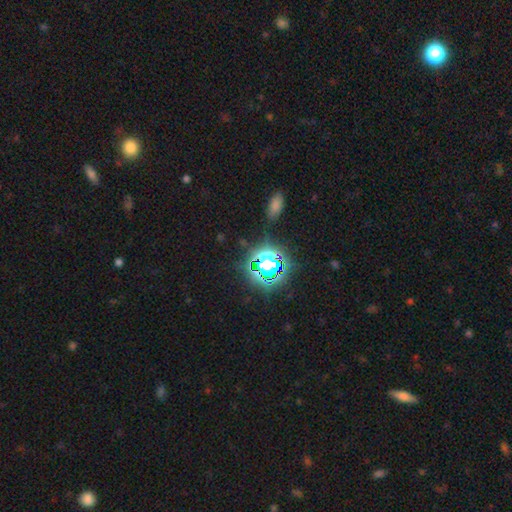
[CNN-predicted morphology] Smooth or featured: star or artifact — 70% (smooth — 22%)